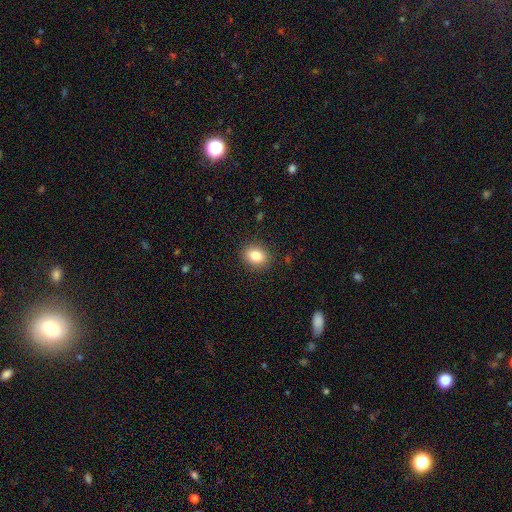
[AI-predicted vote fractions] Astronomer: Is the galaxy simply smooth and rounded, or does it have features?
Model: smooth — 83%.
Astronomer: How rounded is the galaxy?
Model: in between — 53% (runner-up: round, 46%).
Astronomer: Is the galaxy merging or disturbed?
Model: none — 88%.